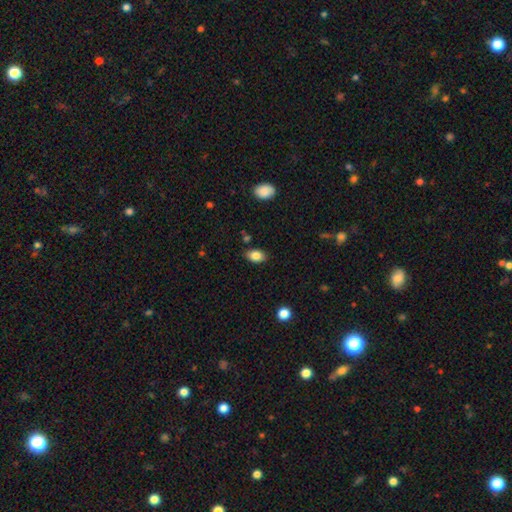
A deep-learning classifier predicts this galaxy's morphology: This is clearly a smooth galaxy (84%). How rounded: clearly in between (85%). Merging: clearly none (84%).